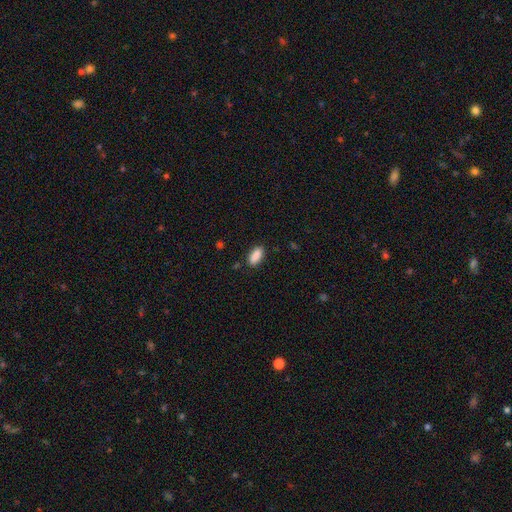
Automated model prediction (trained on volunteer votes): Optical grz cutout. It shows a smooth galaxy with no disk features (89%) that is in between round and cigar-shaped (85%). Merging: none (83%).